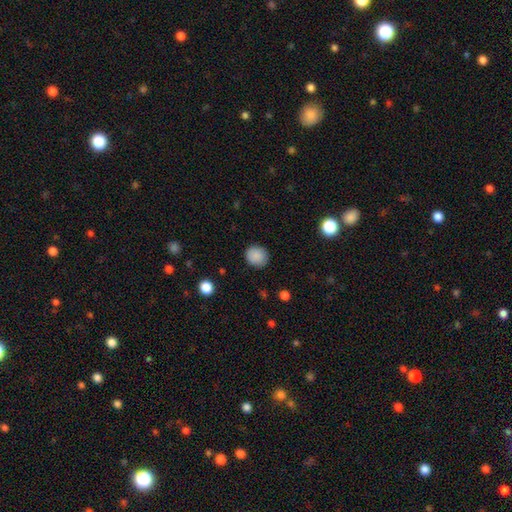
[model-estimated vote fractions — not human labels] smooth_or_featured: smooth (p=0.87) [alt: star or artifact p=0.09]
how_rounded: round (p=0.87) [alt: in between p=0.12]
merging: none (p=0.87) [alt: minor disturbance p=0.09]